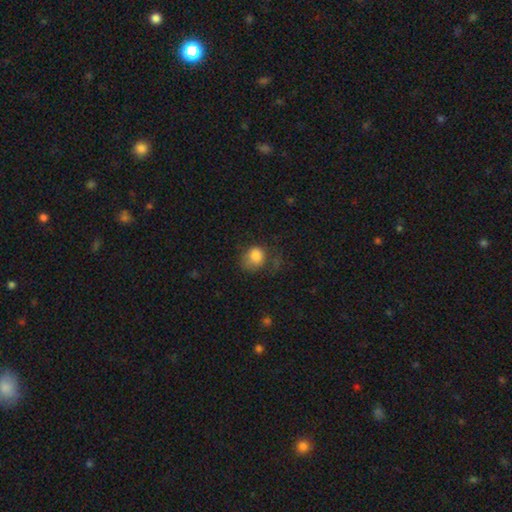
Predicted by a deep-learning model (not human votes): smooth-or-featured: smooth: 81% | star or artifact: 9% | featured or disk: 9%
  how-rounded: round: 64% | in between: 35% | cigar-shaped: 1%
  merging: none: 42% | minor disturbance: 28% | major disturbance: 27% | merger: 3%